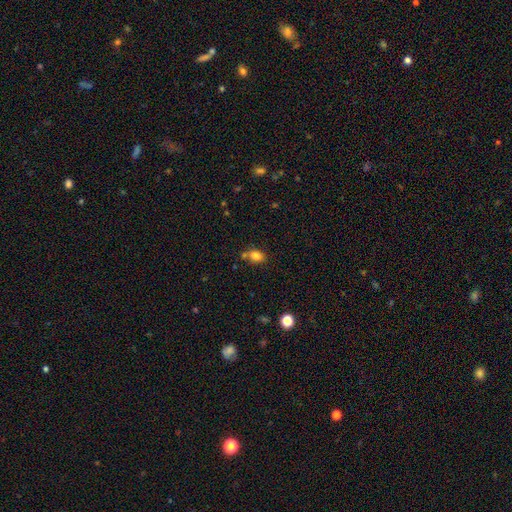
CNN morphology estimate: Smooth or featured? Predicted: smooth (p=0.81). How rounded? Predicted: in between (p=0.67). Merging? Predicted: none (p=0.66).